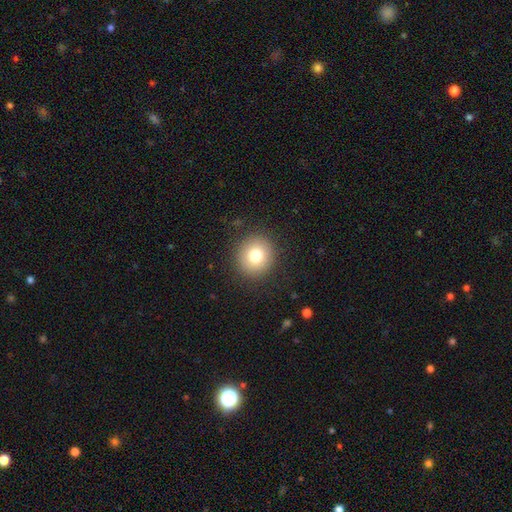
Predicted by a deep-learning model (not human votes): This appears to be a smooth galaxy with no disk features (78%) that is round (91%). Merging: none (90%).